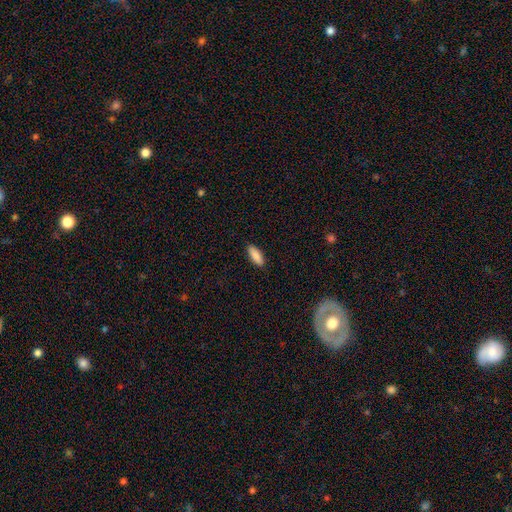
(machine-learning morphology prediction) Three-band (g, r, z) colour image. It shows a smooth galaxy with no disk features (89%) that is in between round and cigar-shaped (71%). Merging: none (90%).